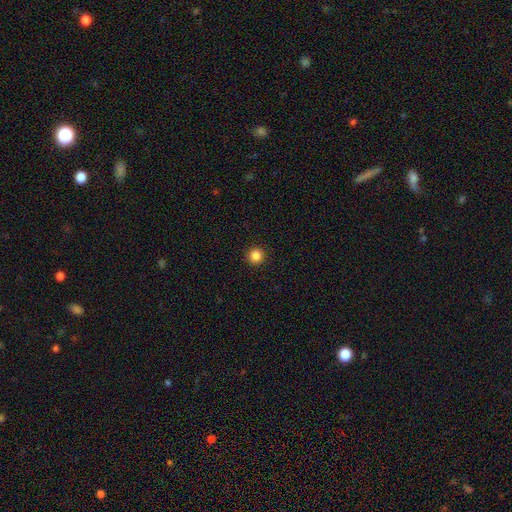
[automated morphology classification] A smooth galaxy with no disk features (86%) that is round (96%).

Vote fractions:
- Smooth or featured? smooth: 86% / star or artifact: 11% / featured or disk: 3%
- How rounded? round: 96% / in between: 3% / cigar-shaped: 1%
- Merging? none: 93% / minor disturbance: 4% / major disturbance: 2% / merger: 1%